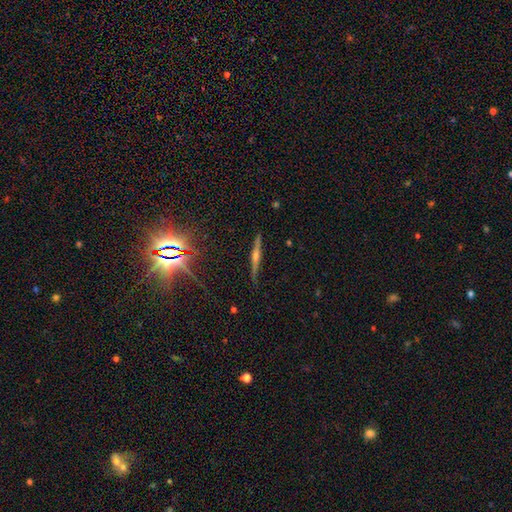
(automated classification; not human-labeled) Overall: featured or disk (71%). Edge-on disk: yes (98%). Edge-on bulge: rounded (87%). Merging: none (89%).